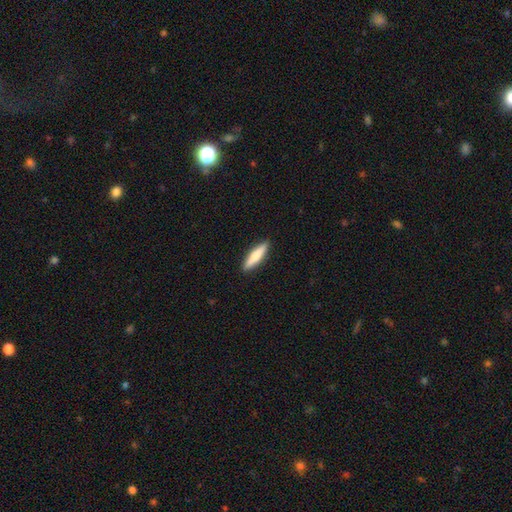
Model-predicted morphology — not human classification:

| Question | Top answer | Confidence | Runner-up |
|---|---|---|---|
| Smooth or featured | smooth | 64% | featured or disk (30%) |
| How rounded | cigar-shaped | 80% | in between (18%) |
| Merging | none | 91% | minor disturbance (7%) |